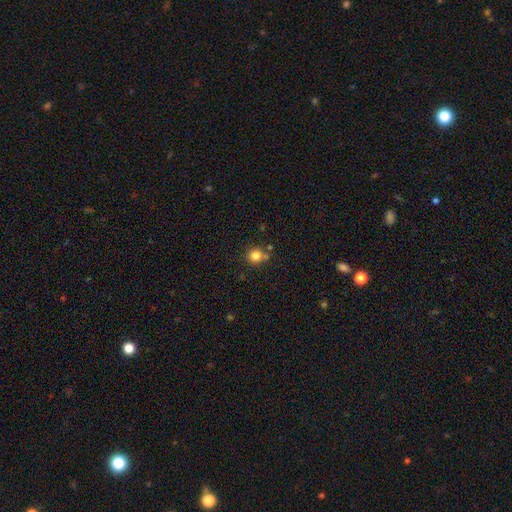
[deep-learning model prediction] Q: Smooth or featured?
A: smooth (81%); runner-up: star or artifact (13%)
Q: How rounded?
A: round (89%); runner-up: in between (10%)
Q: Merging?
A: none (71%); runner-up: merger (14%)